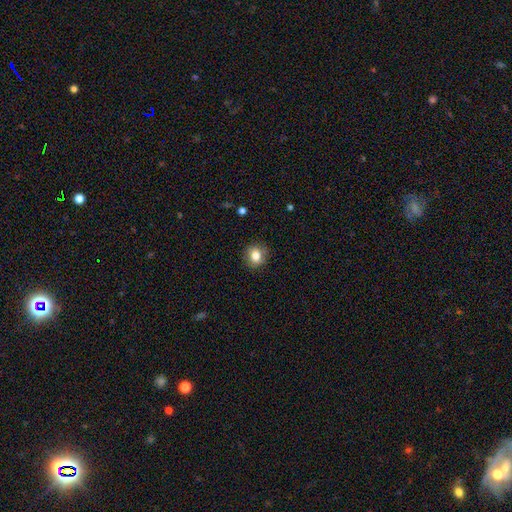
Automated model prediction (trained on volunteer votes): Smooth or featured: smooth — 81% (star or artifact — 10%)
How rounded: round — 76% (in between — 23%)
Merging: none — 88% (minor disturbance — 9%)